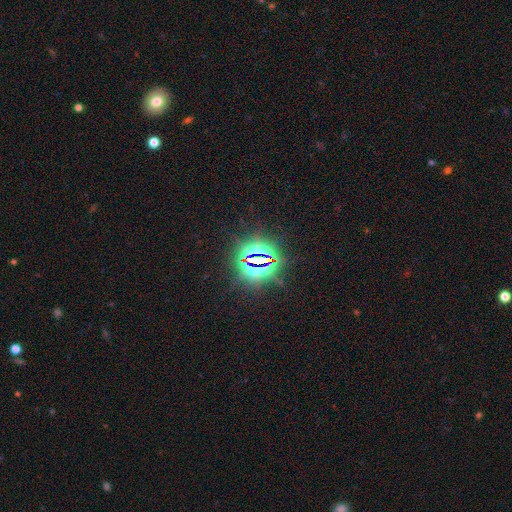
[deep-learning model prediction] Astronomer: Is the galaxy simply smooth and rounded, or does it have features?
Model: star or artifact — 85%.